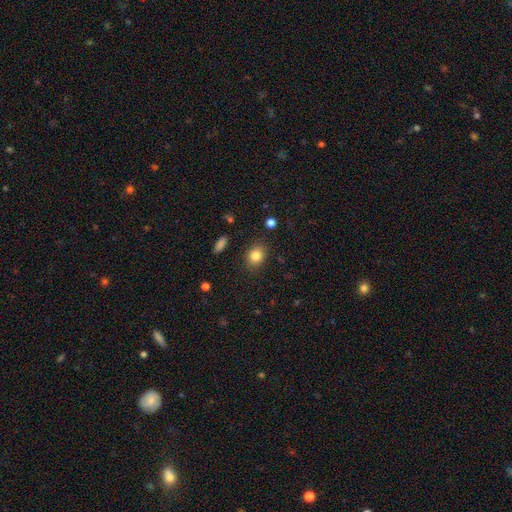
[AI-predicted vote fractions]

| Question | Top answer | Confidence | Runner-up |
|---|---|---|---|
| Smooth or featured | smooth | 83% | star or artifact (10%) |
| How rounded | round | 56% | in between (43%) |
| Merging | none | 85% | minor disturbance (10%) |